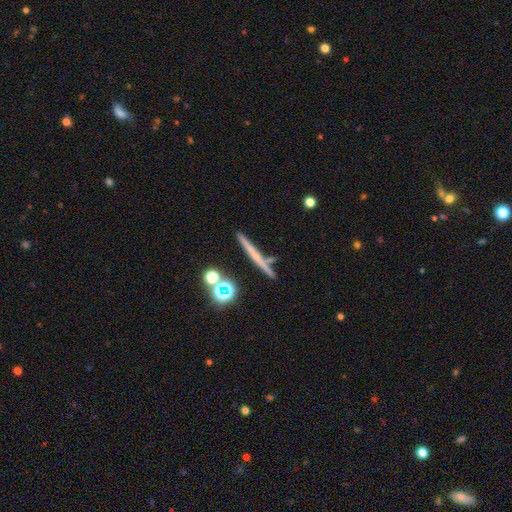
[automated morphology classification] smooth-or-featured: featured or disk: 49% | smooth: 38% | star or artifact: 14%
  merging: none: 80% | minor disturbance: 10% | merger: 7% | major disturbance: 3%